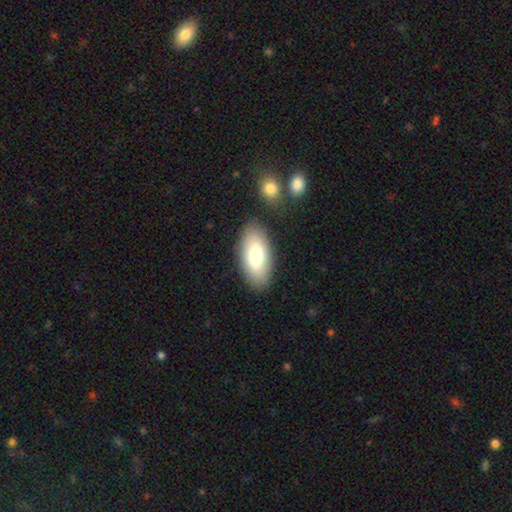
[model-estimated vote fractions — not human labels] Overall: smooth (73%). How rounded: in between (90%). Merging: none (83%).